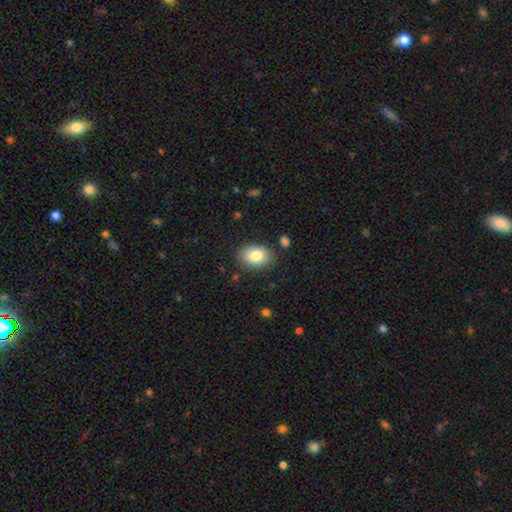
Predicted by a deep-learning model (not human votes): Morphology: type=smooth (84%); roundness=in between (82%); merging=none (84%).